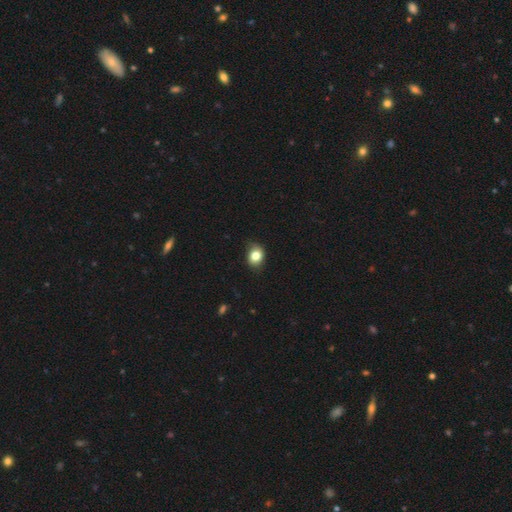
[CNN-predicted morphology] smooth-or-featured: smooth: 81% | star or artifact: 9% | featured or disk: 9%
  how-rounded: in between: 52% | round: 47% | cigar-shaped: 1%
  merging: none: 74% | minor disturbance: 21% | major disturbance: 4% | merger: 1%